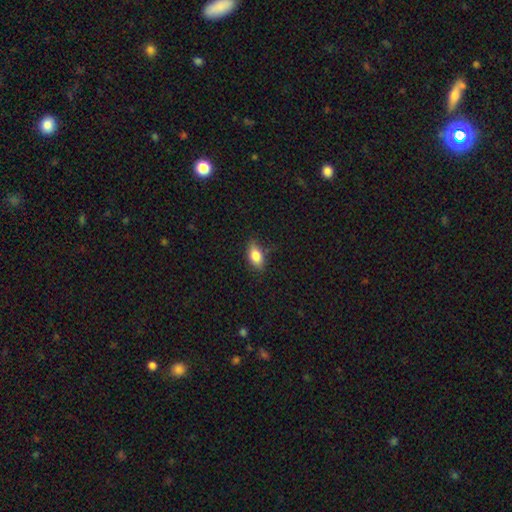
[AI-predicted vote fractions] Morphology: type=smooth (80%); roundness=in between (85%); merging=none (74%).